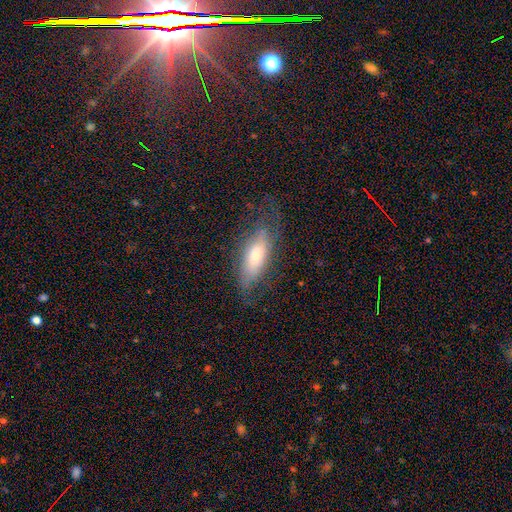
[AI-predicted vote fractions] smooth 49%, featured or disk 44%, star or artifact 7%. Down the decision tree: merging — none (63%).